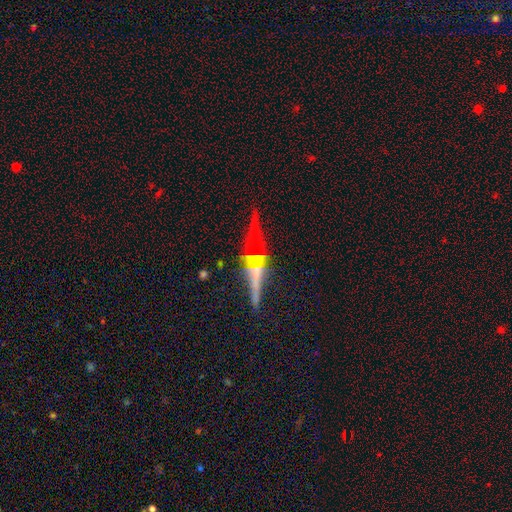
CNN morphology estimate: The model was most divided on "edge-on bulge": rounded: 62%, none: 28%, boxy: 11%. More confident: edge-on disk — yes (93%); merging — none (79%); smooth or featured — featured or disk (65%).